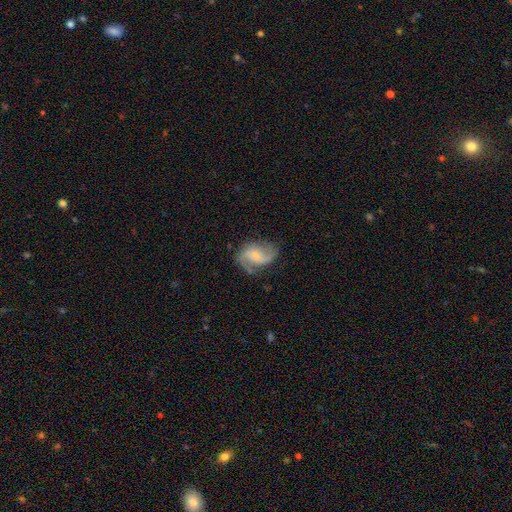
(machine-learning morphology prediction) Overall: featured or disk (81%). Edge-on disk: no (98%). Bar: no (50%; weak 40%). Spiral arms: yes (95%). Spiral arm count: 2 (84%). Spiral winding: medium (45%; loose 40%). Bulge size: small (63%; moderate 26%). Merging: none (67%).